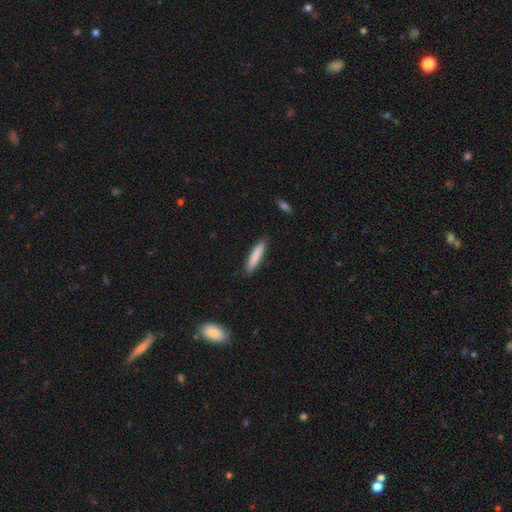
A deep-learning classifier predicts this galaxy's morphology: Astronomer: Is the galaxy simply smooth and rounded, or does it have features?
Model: smooth — 83%.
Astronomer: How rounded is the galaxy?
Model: cigar-shaped — 84%.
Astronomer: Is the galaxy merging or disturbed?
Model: none — 87%.